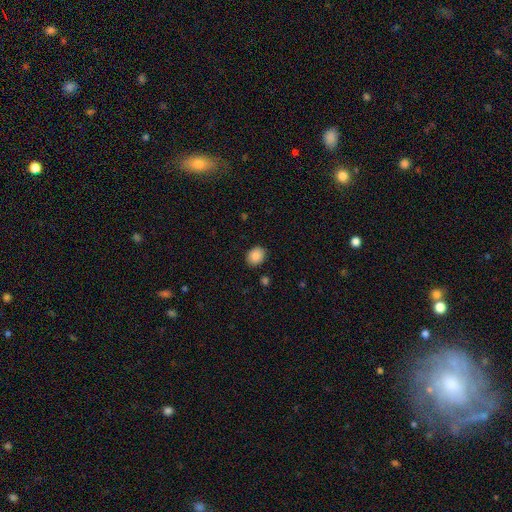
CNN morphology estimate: Smooth or featured? smooth (88%)
How rounded? in between (51%)
Merging? none (86%)